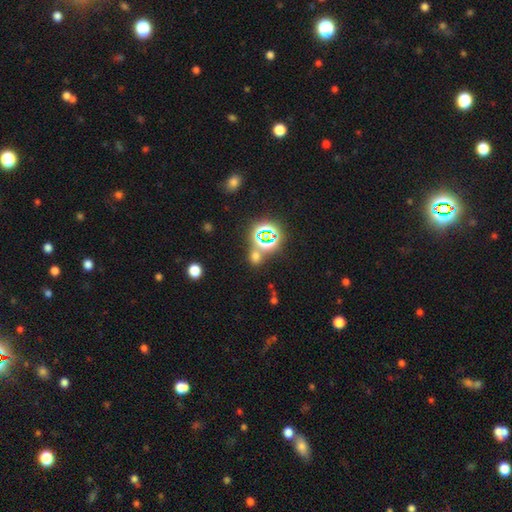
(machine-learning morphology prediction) This is possibly a star or artifact rather than a galaxy (48%).